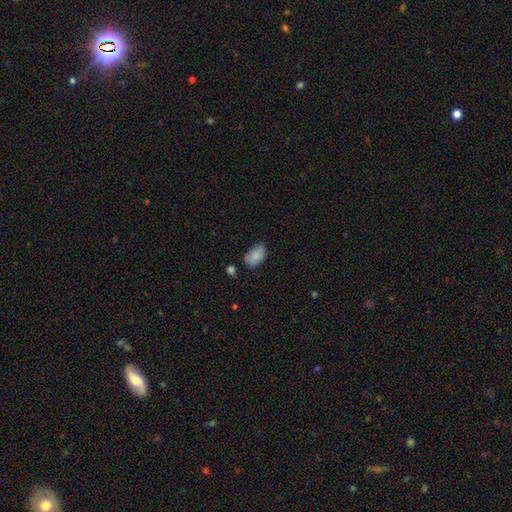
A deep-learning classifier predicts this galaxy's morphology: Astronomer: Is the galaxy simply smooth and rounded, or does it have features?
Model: smooth — 85%.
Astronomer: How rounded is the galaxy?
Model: in between — 92%.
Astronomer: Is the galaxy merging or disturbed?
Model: none — 66%.